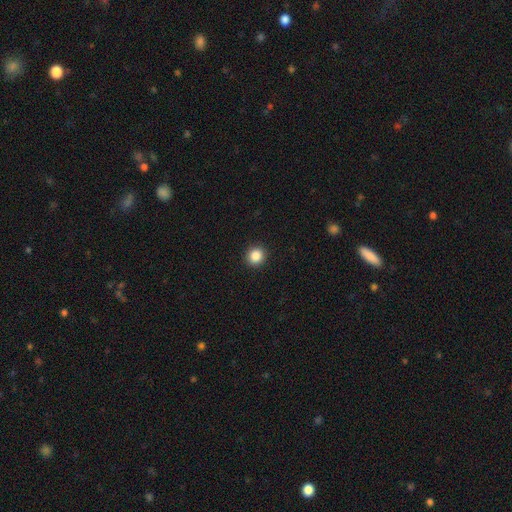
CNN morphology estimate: Smooth or featured? smooth (86%)
How rounded? round (93%)
Merging? none (93%)